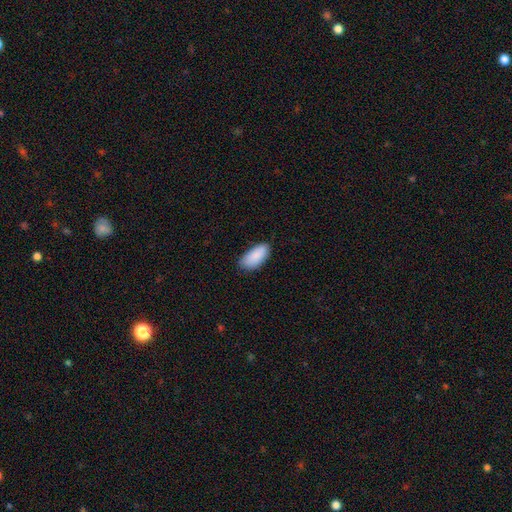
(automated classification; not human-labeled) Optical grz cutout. It shows a smooth galaxy with no disk features (90%) that is in between round and cigar-shaped (92%). Merging: none (79%).